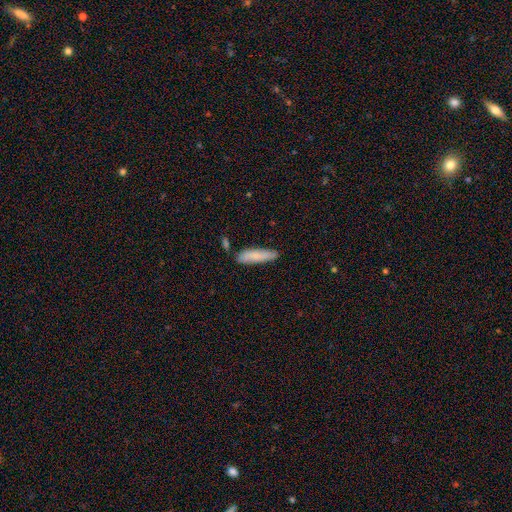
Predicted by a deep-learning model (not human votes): Smooth or featured?
  - smooth: 81% *
  - featured or disk: 14%
  - star or artifact: 6%
How rounded?
  - cigar-shaped: 74% *
  - in between: 25%
  - round: 1%
Merging?
  - none: 76% *
  - minor disturbance: 17%
  - merger: 4%
  - major disturbance: 3%